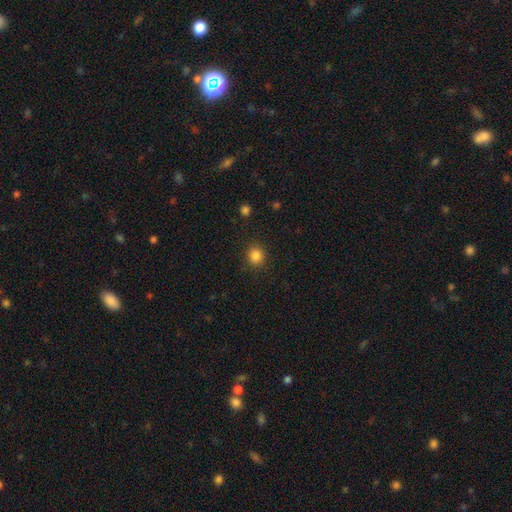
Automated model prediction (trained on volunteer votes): Morphology: type=smooth (85%); roundness=round (87%); merging=none (90%).